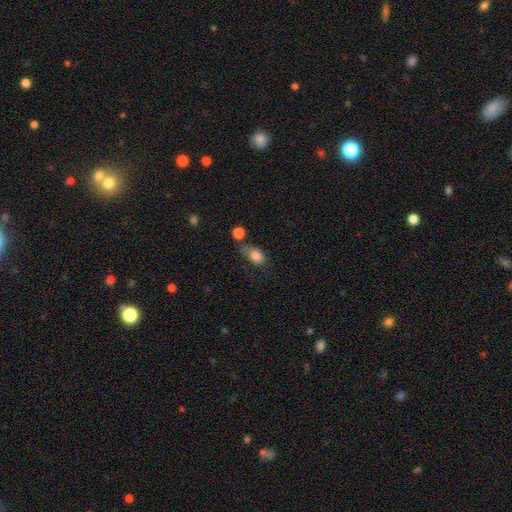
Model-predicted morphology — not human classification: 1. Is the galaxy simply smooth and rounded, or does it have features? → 81% smooth, 11% featured or disk, 8% star or artifact.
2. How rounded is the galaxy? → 81% in between, 17% round, 2% cigar-shaped.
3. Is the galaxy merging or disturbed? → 37% none, 30% minor disturbance, 18% major disturbance, 14% merger.